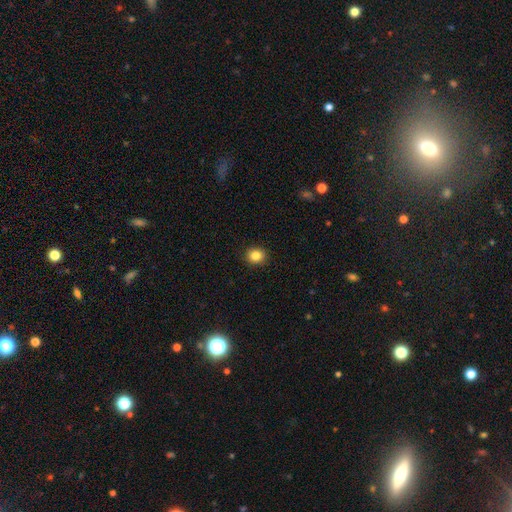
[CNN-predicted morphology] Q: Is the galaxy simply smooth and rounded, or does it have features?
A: smooth — 85%.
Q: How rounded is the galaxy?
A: round — 81%.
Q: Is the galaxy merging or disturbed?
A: none — 92%.